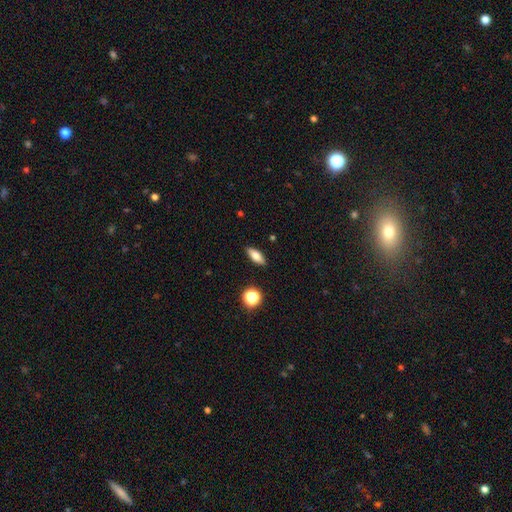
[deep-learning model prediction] Overall: smooth (72%). How rounded: in between (67%; cigar-shaped 29%). Merging: none (89%).